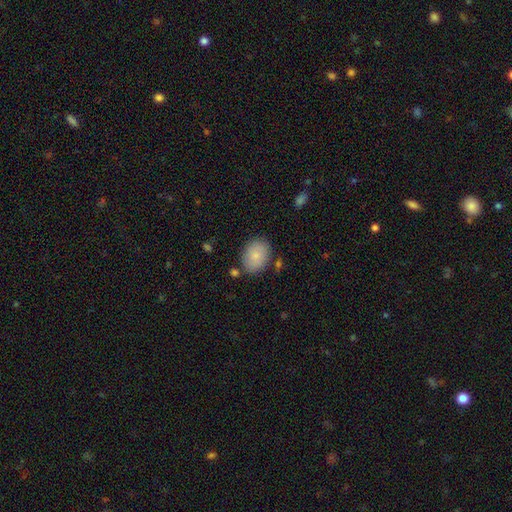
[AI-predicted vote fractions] smooth-or-featured: smooth: 83% | featured or disk: 10% | star or artifact: 7%
  how-rounded: in between: 74% | round: 25% | cigar-shaped: 1%
  merging: none: 79% | minor disturbance: 14% | merger: 4% | major disturbance: 4%